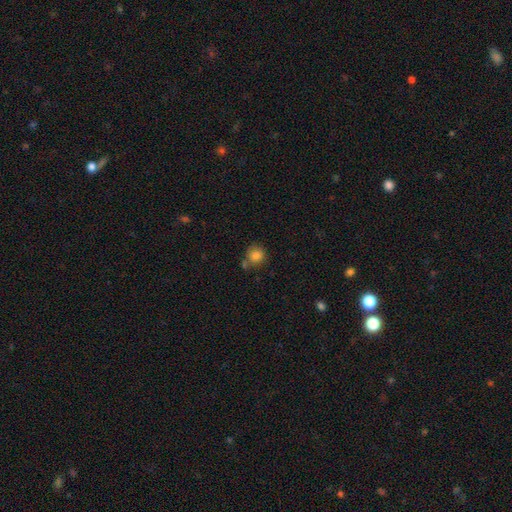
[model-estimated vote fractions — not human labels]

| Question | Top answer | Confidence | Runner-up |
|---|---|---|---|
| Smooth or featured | smooth | 84% | star or artifact (10%) |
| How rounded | round | 88% | in between (11%) |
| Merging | none | 63% | merger (17%) |